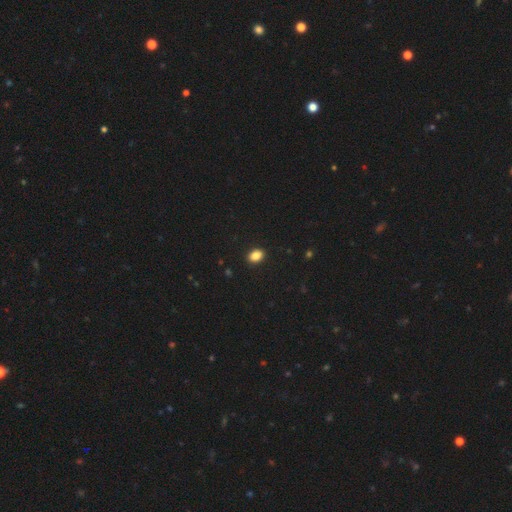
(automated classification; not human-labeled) A smooth galaxy with no disk features (86%) that is in between round and cigar-shaped (77%).

Vote fractions:
- Smooth or featured? smooth: 86% / star or artifact: 10% / featured or disk: 4%
- How rounded? in between: 77% / round: 22% / cigar-shaped: 1%
- Merging? none: 91% / minor disturbance: 7% / major disturbance: 2% / merger: 1%